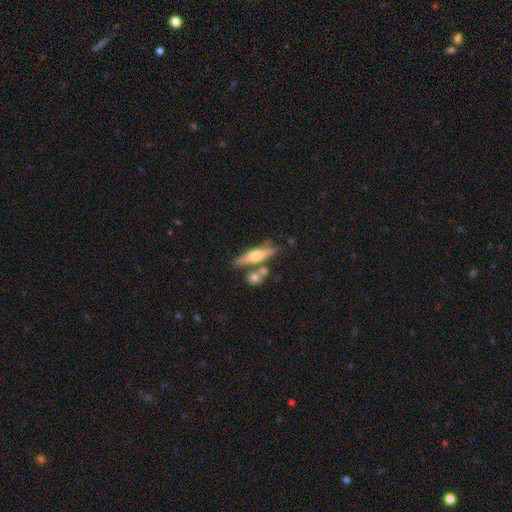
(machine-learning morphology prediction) featured or disk 61%, smooth 33%, star or artifact 7%. Down the decision tree: edge-on disk — yes (94%); edge-on bulge — rounded (90%); merging — none (69%).